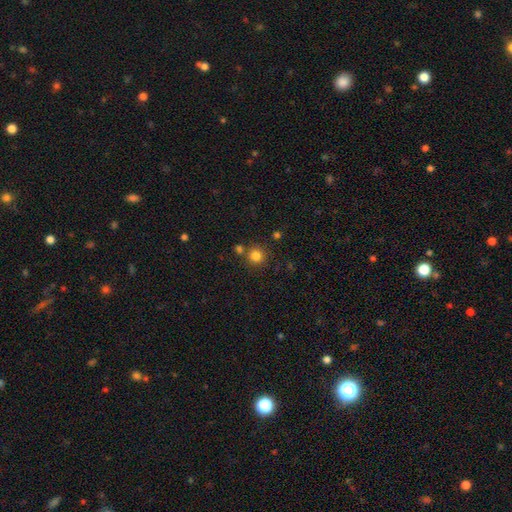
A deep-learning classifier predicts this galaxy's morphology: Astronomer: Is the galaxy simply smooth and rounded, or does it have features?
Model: smooth — 81%.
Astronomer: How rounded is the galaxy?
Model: round — 93%.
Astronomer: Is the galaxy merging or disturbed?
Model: none — 78%.